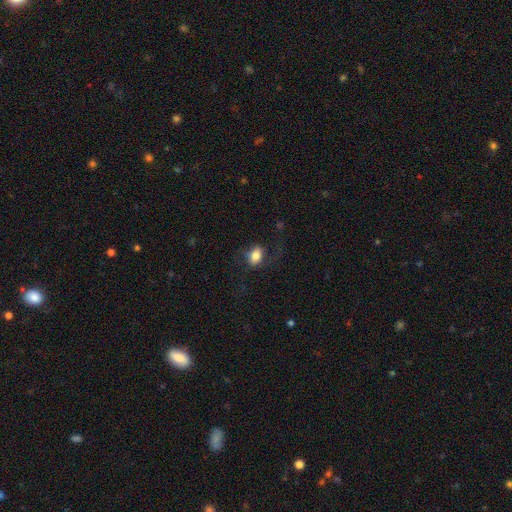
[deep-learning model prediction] Smooth or featured? Predicted: smooth (p=0.76). How rounded? Predicted: in between (p=0.79). Merging? Predicted: none (p=0.61).